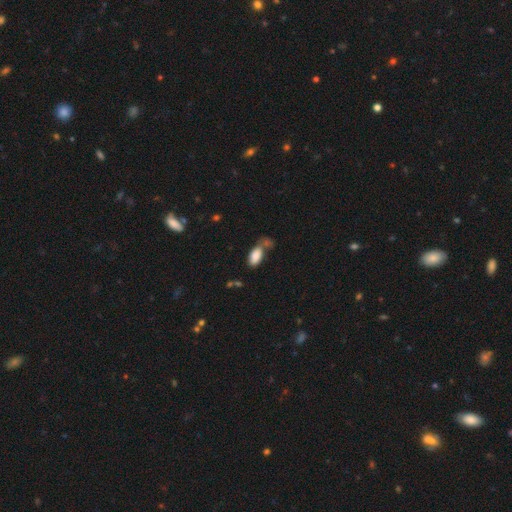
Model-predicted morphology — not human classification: smooth_or_featured: smooth (p=0.85) [alt: star or artifact p=0.08]
how_rounded: in between (p=0.93) [alt: cigar-shaped p=0.04]
merging: none (p=0.39) [alt: merger p=0.30]